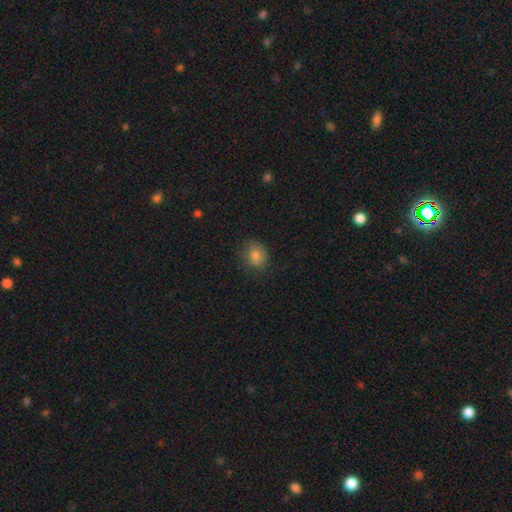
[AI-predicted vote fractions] smooth-or-featured: smooth: 81% | star or artifact: 11% | featured or disk: 8%
  how-rounded: round: 60% | in between: 39% | cigar-shaped: 1%
  merging: none: 75% | minor disturbance: 19% | major disturbance: 5% | merger: 1%